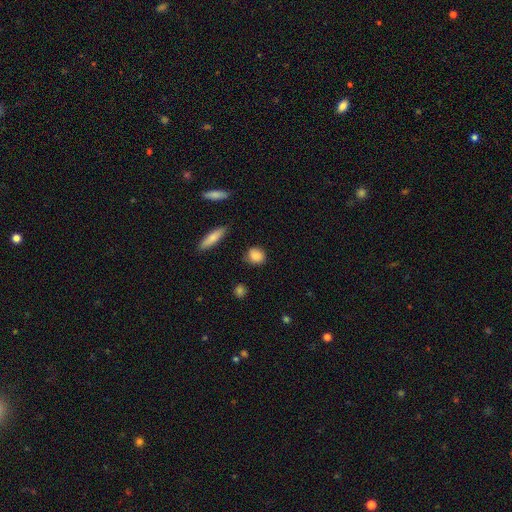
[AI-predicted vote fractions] Smooth or featured? Predicted: smooth (p=0.86). How rounded? Predicted: round (p=0.72). Merging? Predicted: none (p=0.79).